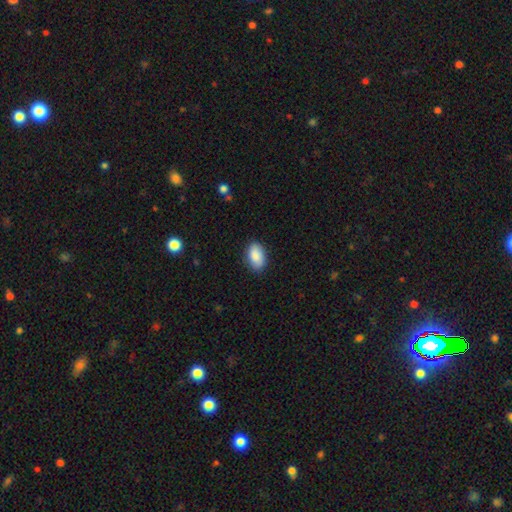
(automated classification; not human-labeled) This appears to be a smooth galaxy with no disk features (88%) that is in between round and cigar-shaped (92%). Merging: none (85%).